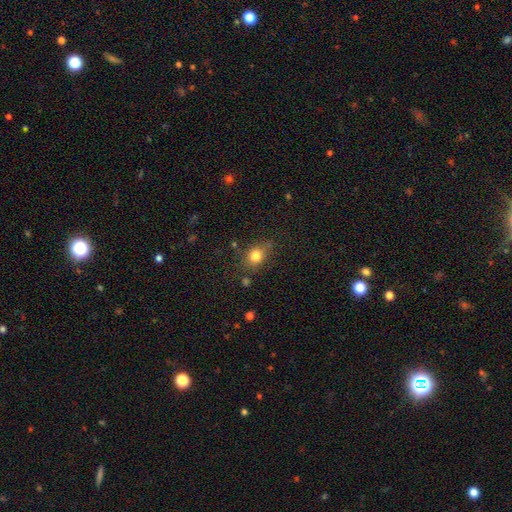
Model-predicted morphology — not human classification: Overall: smooth (80%). How rounded: round (59%; in between 39%). Merging: none (71%).